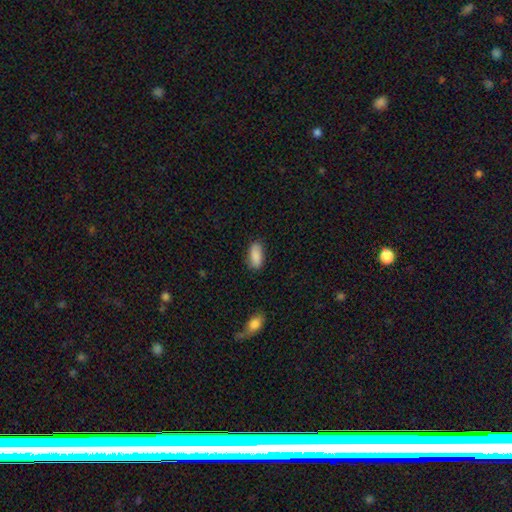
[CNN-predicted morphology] This is clearly a smooth galaxy (87%). How rounded: clearly in between (89%). Merging: clearly none (81%).